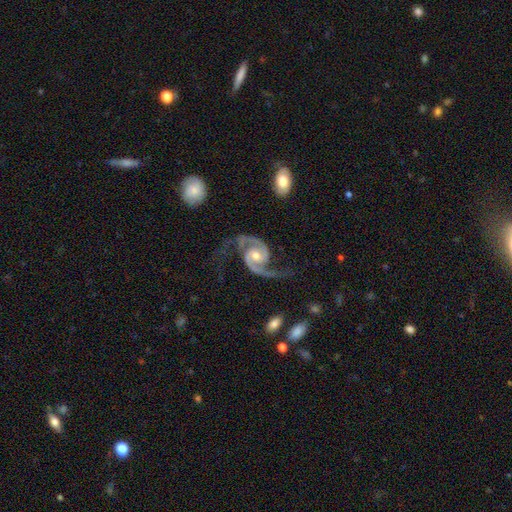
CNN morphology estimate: This appears to be a featured or disk galaxy (94%) with no bar (56%), 2 (95%) medium (58%) spiral arms (99%) and a moderate central bulge (66%). Merging: none (69%).